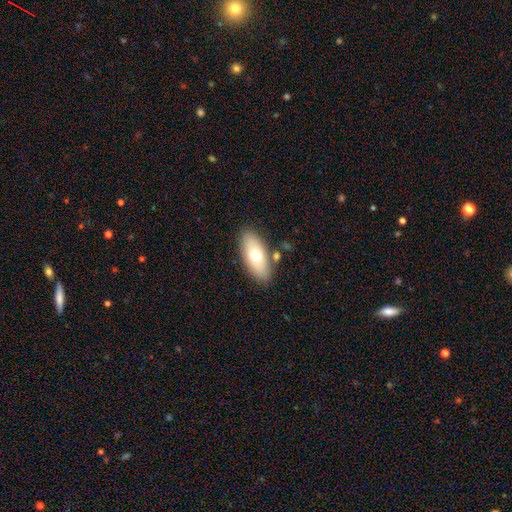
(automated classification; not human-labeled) Smooth or featured? Predicted: smooth (p=0.66). How rounded? Predicted: in between (p=0.86). Merging? Predicted: none (p=0.81).